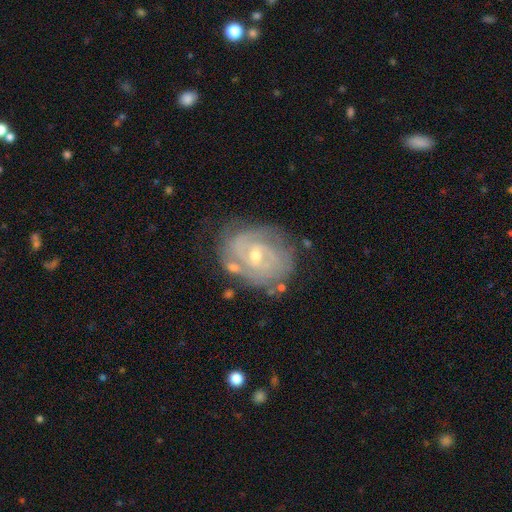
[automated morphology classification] smooth-or-featured: featured or disk: 86% | smooth: 8% | star or artifact: 5%
  disk-edge-on: no: 97% | yes: 3%
    bar: no: 50% | weak: 41% | strong: 9%
    has-spiral-arms: yes: 95% | no: 5%
      spiral-winding: tight: 69% | medium: 26% | loose: 5%
      spiral-arm-count: 2: 43% | can't tell: 24% | 3: 20% | 4: 6% | 1: 4% | more than 4: 4%
    bulge-size: small: 51% | moderate: 46% | large: 1% | none: 1% | dominant: 1%
  merging: none: 71% | minor disturbance: 19% | major disturbance: 6% | merger: 4%